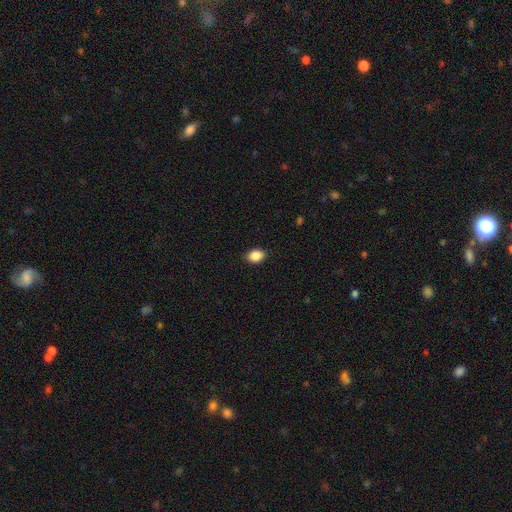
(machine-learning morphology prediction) Smooth or featured?
  - smooth: 88% *
  - star or artifact: 8%
  - featured or disk: 3%
How rounded?
  - in between: 73% *
  - round: 26%
  - cigar-shaped: 1%
Merging?
  - none: 88% *
  - minor disturbance: 9%
  - major disturbance: 2%
  - merger: 1%